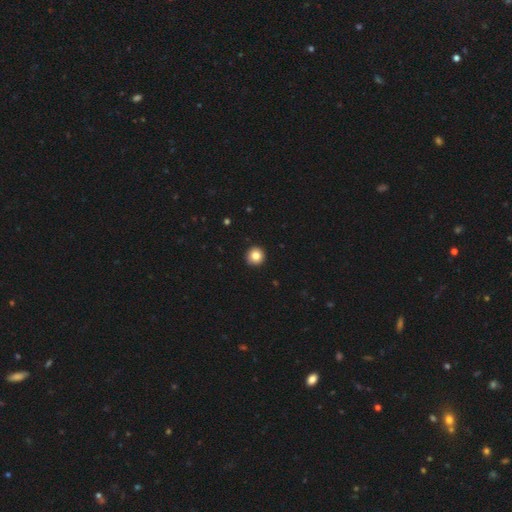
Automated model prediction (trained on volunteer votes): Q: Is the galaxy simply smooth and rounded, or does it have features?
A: smooth — 84%.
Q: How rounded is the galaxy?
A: round — 95%.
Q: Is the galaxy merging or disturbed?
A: none — 93%.